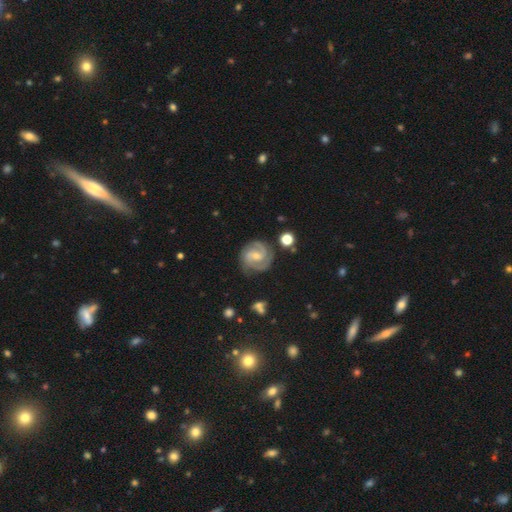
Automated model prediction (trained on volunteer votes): smooth-or-featured: featured or disk: 88% | smooth: 7% | star or artifact: 5%
  disk-edge-on: no: 98% | yes: 2%
    bar: weak: 47% | no: 39% | strong: 14%
    has-spiral-arms: yes: 98% | no: 2%
      spiral-winding: tight: 51% | medium: 42% | loose: 7%
      spiral-arm-count: 2: 57% | 3: 27% | can't tell: 7% | 4: 3% | 1: 3% | more than 4: 3%
    bulge-size: small: 62% | moderate: 34% | none: 2% | large: 1% | dominant: 1%
  merging: none: 80% | minor disturbance: 14% | major disturbance: 4% | merger: 2%